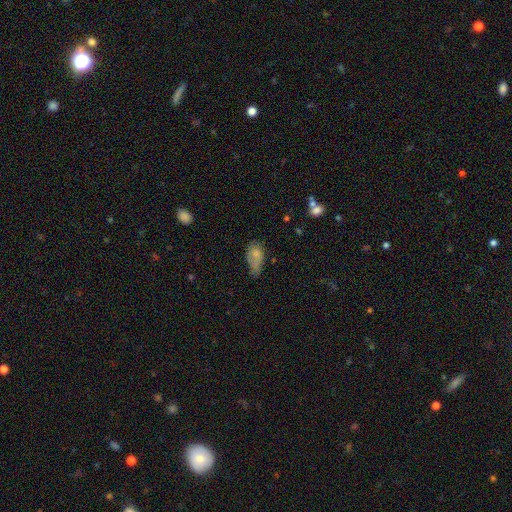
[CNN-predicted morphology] Overall: smooth (68%). How rounded: in between (89%). Merging: minor disturbance (36%; major disturbance 29%).